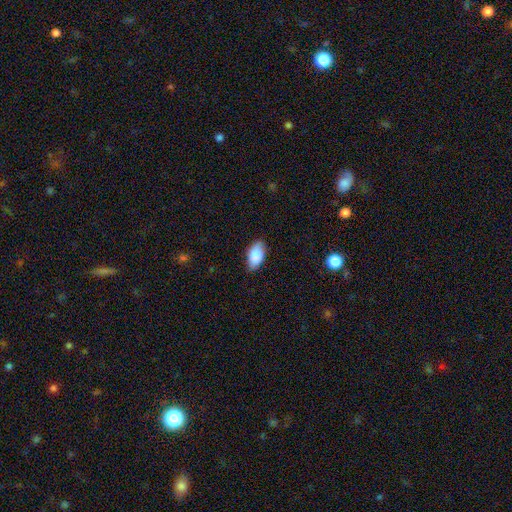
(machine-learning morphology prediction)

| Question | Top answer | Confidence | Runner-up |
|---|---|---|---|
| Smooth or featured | smooth | 88% | star or artifact (6%) |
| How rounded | in between | 94% | round (4%) |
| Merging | none | 81% | minor disturbance (16%) |